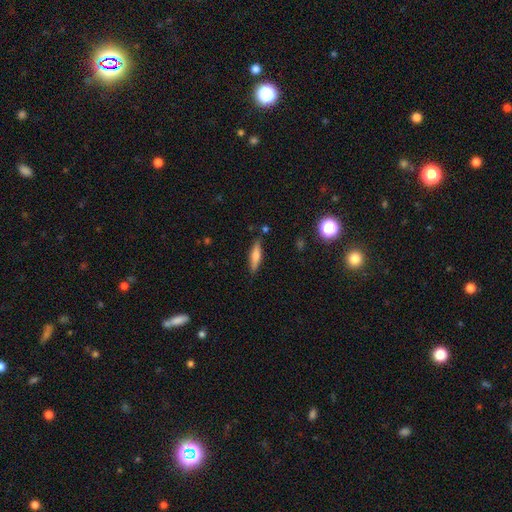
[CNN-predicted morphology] Smooth or featured?
  - smooth: 65% *
  - featured or disk: 27%
  - star or artifact: 8%
How rounded?
  - cigar-shaped: 74% *
  - in between: 24%
  - round: 2%
Merging?
  - none: 83% *
  - minor disturbance: 12%
  - merger: 3%
  - major disturbance: 3%